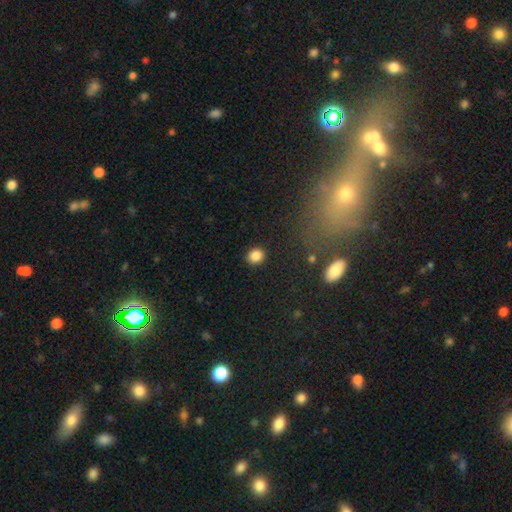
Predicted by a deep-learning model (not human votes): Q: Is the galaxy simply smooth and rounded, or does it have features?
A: smooth — 86%.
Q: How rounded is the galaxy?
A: round — 77%.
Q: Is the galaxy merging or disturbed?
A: none — 90%.